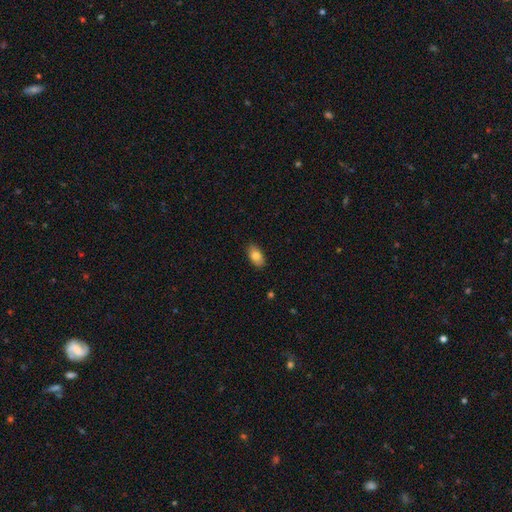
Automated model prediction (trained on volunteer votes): Morphology: type=smooth (83%); roundness=in between (93%); merging=none (87%).